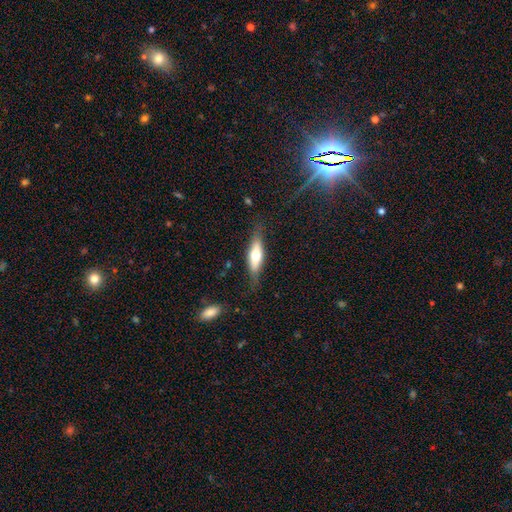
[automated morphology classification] Q: Smooth or featured?
A: smooth (51%); runner-up: featured or disk (43%)
Q: How rounded?
A: cigar-shaped (55%); runner-up: in between (43%)
Q: Merging?
A: none (78%); runner-up: minor disturbance (16%)